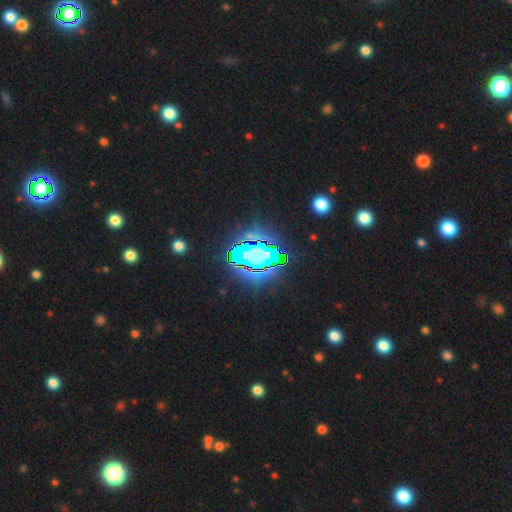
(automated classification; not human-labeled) This is likely a star or artifact rather than a galaxy (63%).